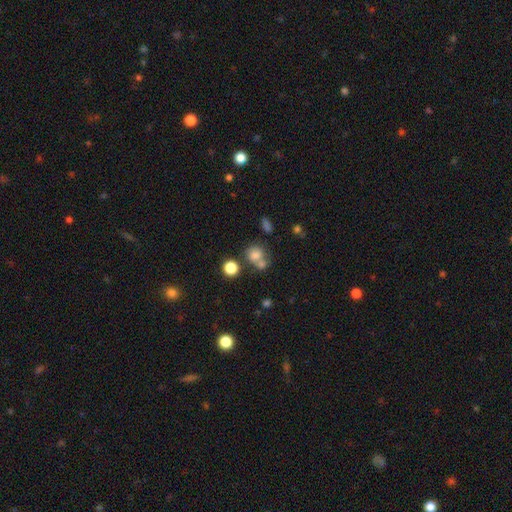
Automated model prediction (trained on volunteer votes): smooth-or-featured: smooth: 75% | star or artifact: 15% | featured or disk: 10%
  how-rounded: round: 71% | in between: 28% | cigar-shaped: 1%
  merging: none: 44% | merger: 40% | minor disturbance: 10% | major disturbance: 6%